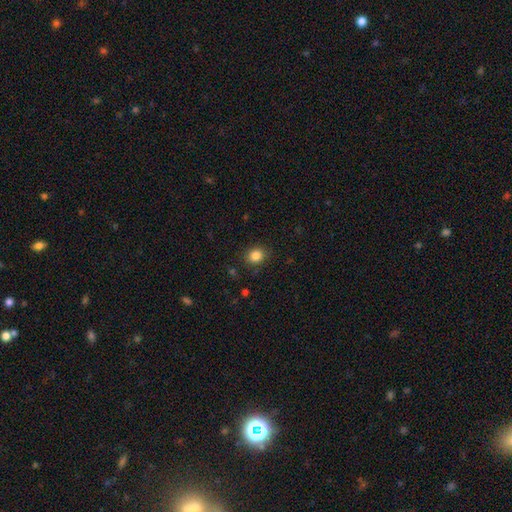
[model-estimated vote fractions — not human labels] The model was most divided on "how rounded": round: 66%, in between: 33%, cigar-shaped: 1%. More confident: merging — none (88%); smooth or featured — smooth (85%).